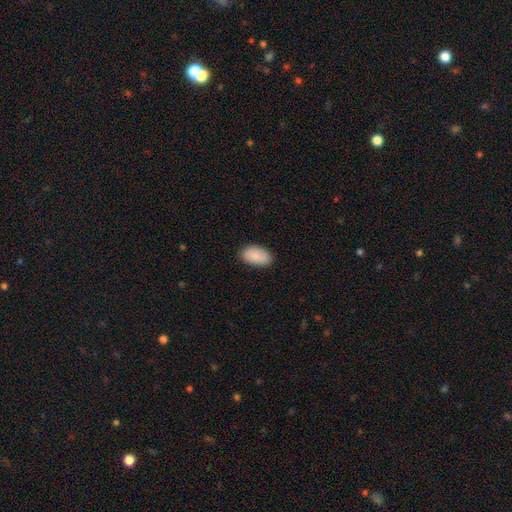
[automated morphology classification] Smooth or featured?
  - smooth: 86% *
  - featured or disk: 7%
  - star or artifact: 6%
How rounded?
  - in between: 94% *
  - round: 4%
  - cigar-shaped: 2%
Merging?
  - none: 83% *
  - minor disturbance: 14%
  - major disturbance: 2%
  - merger: 1%